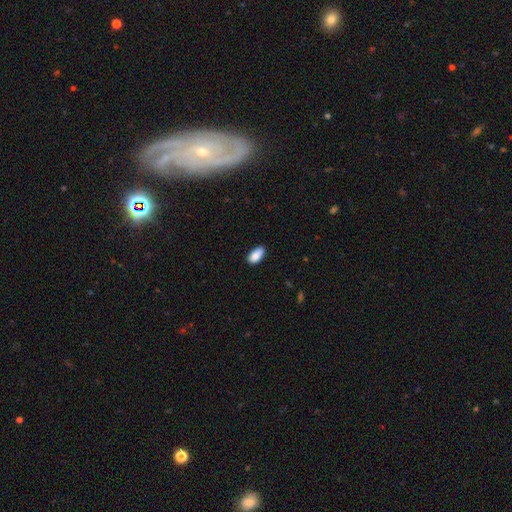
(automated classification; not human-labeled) Smooth or featured? Predicted: smooth (p=0.88). How rounded? Predicted: in between (p=0.93). Merging? Predicted: none (p=0.84).